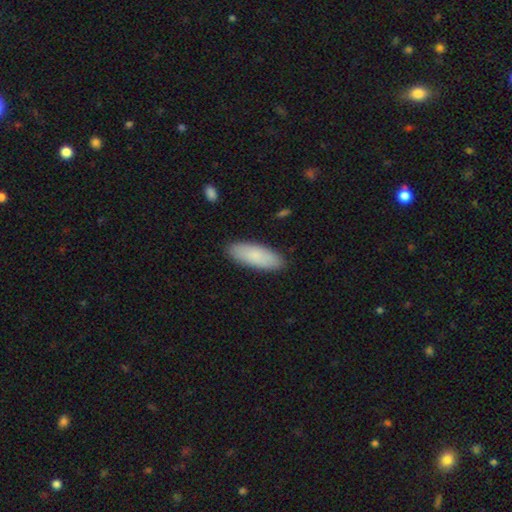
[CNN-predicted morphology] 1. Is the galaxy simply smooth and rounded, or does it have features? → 87% smooth, 8% featured or disk, 5% star or artifact.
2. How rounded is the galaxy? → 70% in between, 28% cigar-shaped, 2% round.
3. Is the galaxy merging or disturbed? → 89% none, 8% minor disturbance, 2% major disturbance, 1% merger.